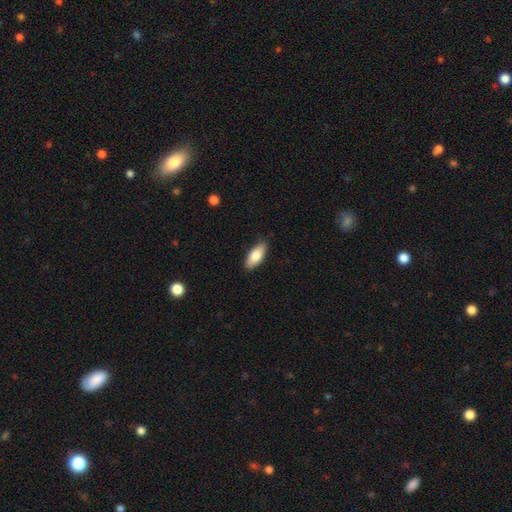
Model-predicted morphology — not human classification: smooth-or-featured: smooth: 81% | featured or disk: 13% | star or artifact: 6%
  how-rounded: in between: 83% | cigar-shaped: 15% | round: 2%
  merging: none: 88% | minor disturbance: 10% | major disturbance: 2% | merger: 1%